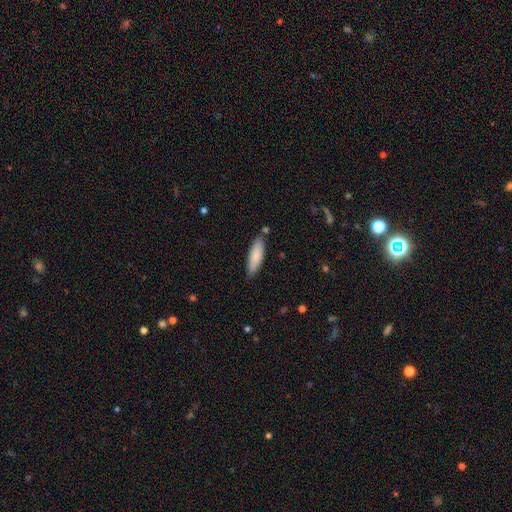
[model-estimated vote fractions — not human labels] The model was most divided on "how rounded": cigar-shaped: 51%, in between: 47%, round: 1%. More confident: smooth or featured — smooth (85%); merging — none (81%).